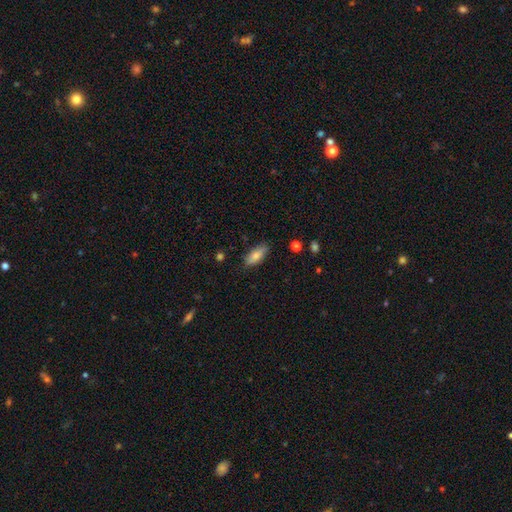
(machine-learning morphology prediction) smooth 78%, featured or disk 15%, star or artifact 7%. Down the decision tree: how rounded — in between (75%); merging — none (83%).